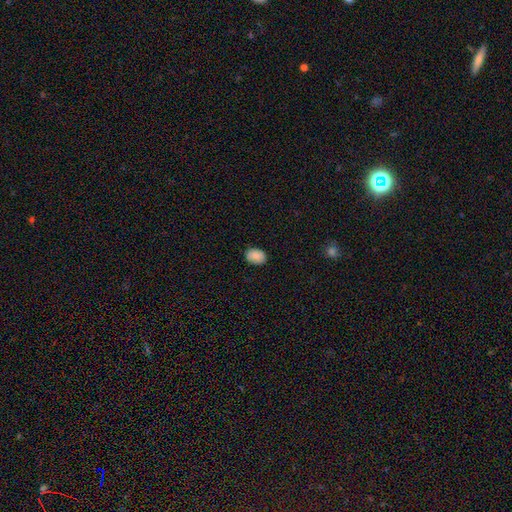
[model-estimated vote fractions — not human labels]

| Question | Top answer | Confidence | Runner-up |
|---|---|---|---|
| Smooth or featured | smooth | 88% | star or artifact (7%) |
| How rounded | in between | 77% | round (22%) |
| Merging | none | 86% | minor disturbance (11%) |